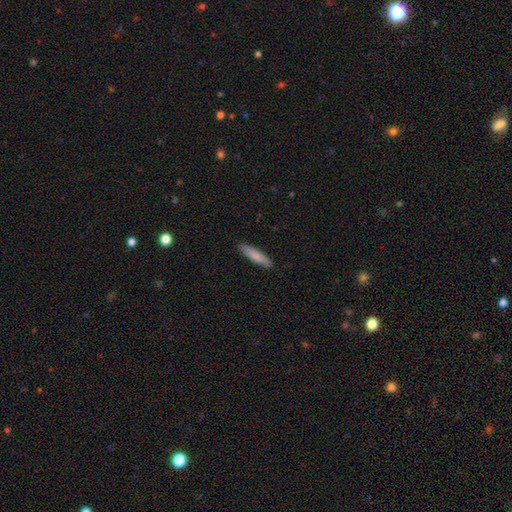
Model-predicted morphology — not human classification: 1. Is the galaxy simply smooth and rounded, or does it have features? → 80% smooth, 14% featured or disk, 5% star or artifact.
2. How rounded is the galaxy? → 79% cigar-shaped, 20% in between, 1% round.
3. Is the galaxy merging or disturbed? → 89% none, 9% minor disturbance, 2% major disturbance, 1% merger.